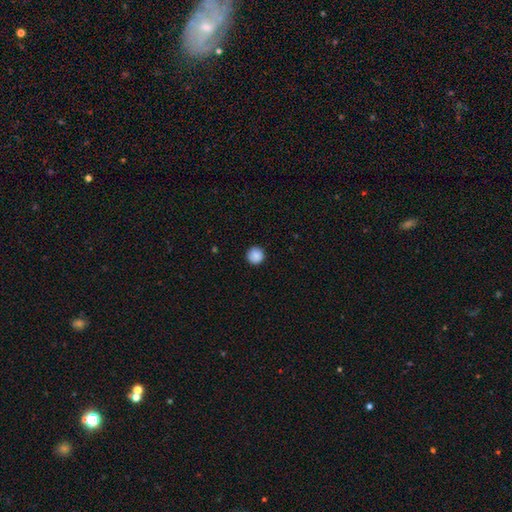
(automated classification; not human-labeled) Smooth or featured: smooth — 88% (star or artifact — 9%)
How rounded: round — 96% (in between — 3%)
Merging: none — 91% (minor disturbance — 7%)